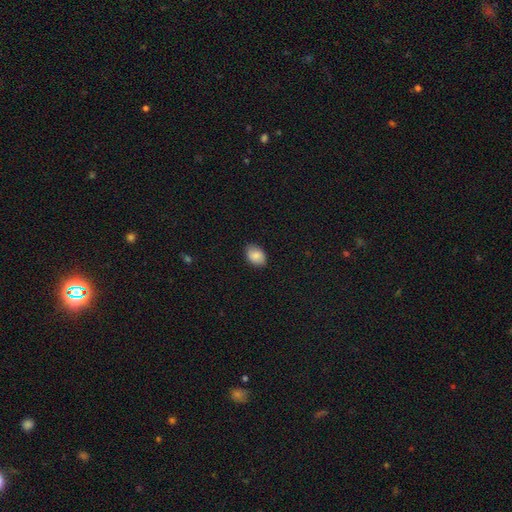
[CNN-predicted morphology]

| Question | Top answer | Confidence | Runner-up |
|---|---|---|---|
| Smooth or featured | smooth | 86% | featured or disk (7%) |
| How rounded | in between | 83% | round (15%) |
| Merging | none | 86% | minor disturbance (11%) |